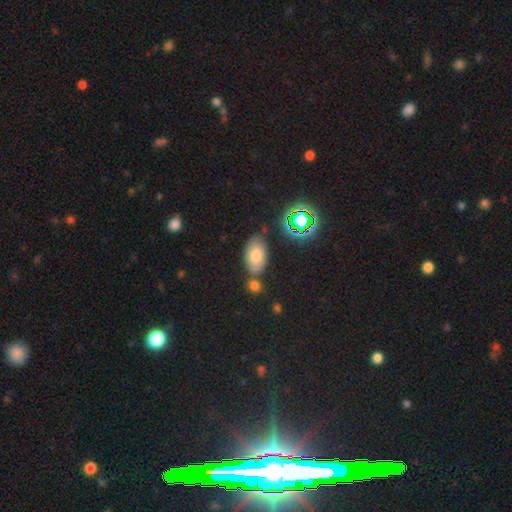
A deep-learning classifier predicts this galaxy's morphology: Smooth or featured?
  - smooth: 71% *
  - star or artifact: 18%
  - featured or disk: 12%
How rounded?
  - in between: 91% *
  - round: 6%
  - cigar-shaped: 2%
Merging?
  - none: 71% *
  - minor disturbance: 13%
  - merger: 12%
  - major disturbance: 4%